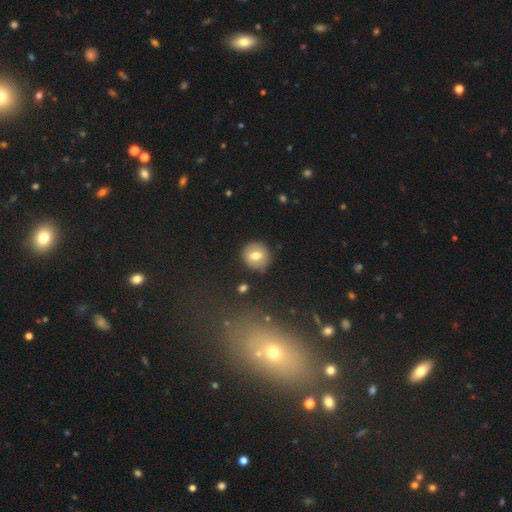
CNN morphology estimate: type=smooth (70%); roundness=round (89%); merging=none (88%).